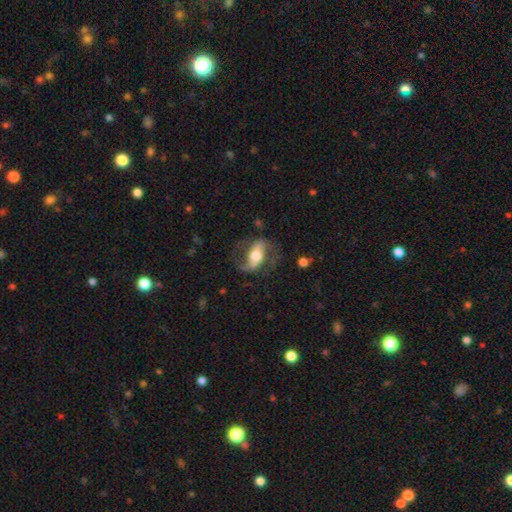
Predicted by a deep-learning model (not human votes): A featured or disk galaxy (76%) with a strong bar (53%), 2 (89%) loose (44%) spiral arms (85%) and a moderate central bulge (56%). Merging: none (68%).